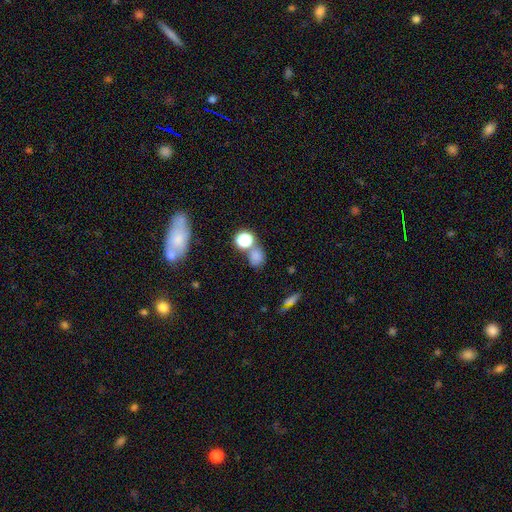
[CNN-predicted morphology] smooth_or_featured: smooth (p=0.72) [alt: star or artifact p=0.20]
how_rounded: round (p=0.66) [alt: in between p=0.32]
merging: none (p=0.55) [alt: merger p=0.27]